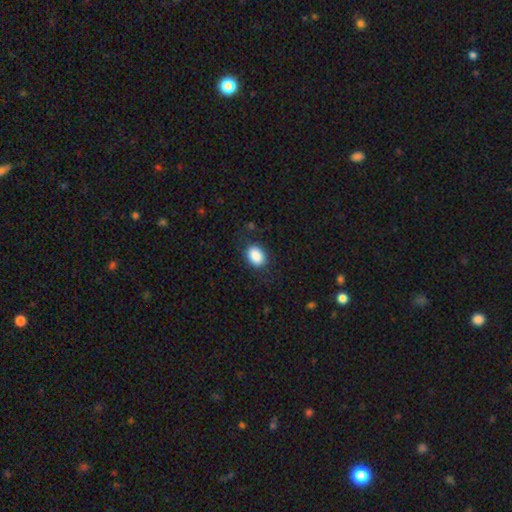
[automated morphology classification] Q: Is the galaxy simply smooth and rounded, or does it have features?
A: smooth — 88%.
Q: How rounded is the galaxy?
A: in between — 73%.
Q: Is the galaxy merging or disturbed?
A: none — 81%.